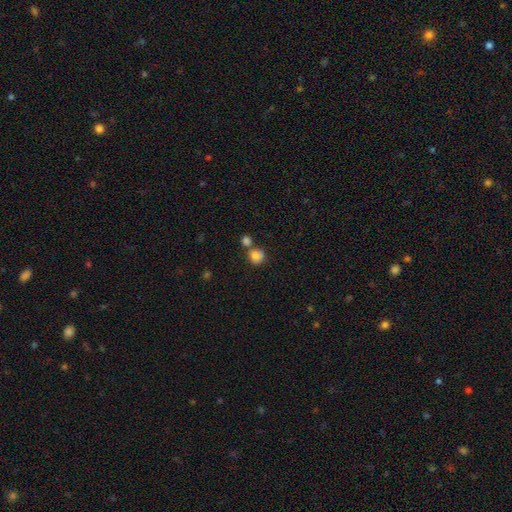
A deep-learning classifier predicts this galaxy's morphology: smooth-or-featured: smooth: 81% | star or artifact: 10% | featured or disk: 9%
  how-rounded: round: 86% | in between: 13% | cigar-shaped: 1%
  merging: none: 55% | merger: 30% | minor disturbance: 11% | major disturbance: 4%